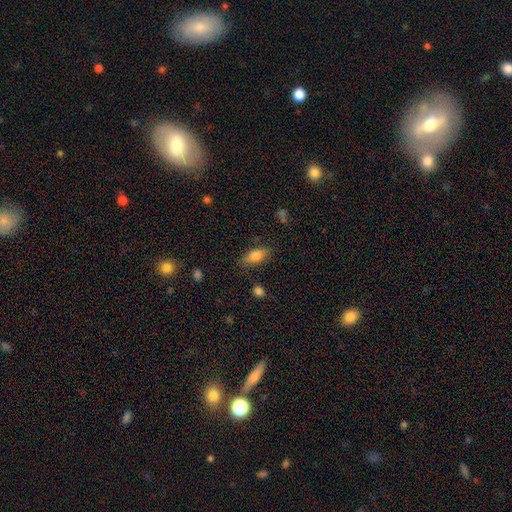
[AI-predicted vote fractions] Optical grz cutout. It shows a smooth galaxy with no disk features (80%) that is in between round and cigar-shaped (85%). Merging: none (80%).